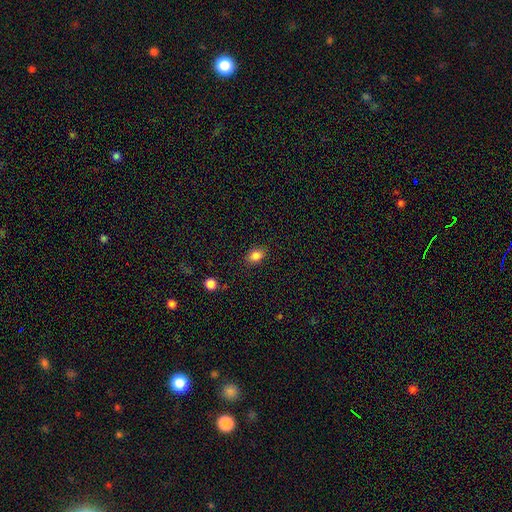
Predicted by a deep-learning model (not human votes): A smooth galaxy with no disk features (84%) that is in between round and cigar-shaped (73%).

Vote fractions:
- Smooth or featured? smooth: 84% / star or artifact: 10% / featured or disk: 6%
- How rounded? in between: 73% / round: 25% / cigar-shaped: 2%
- Merging? none: 85% / minor disturbance: 11% / major disturbance: 3% / merger: 1%